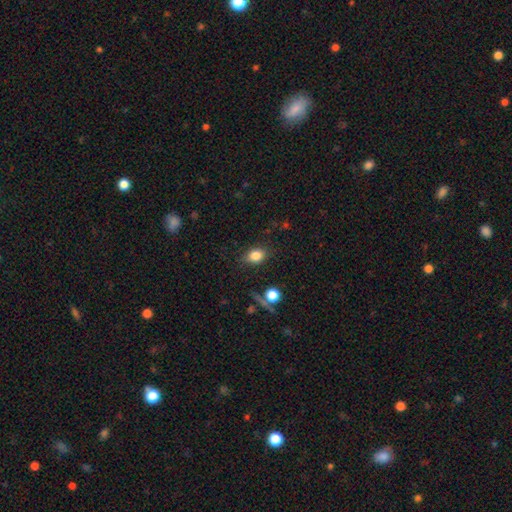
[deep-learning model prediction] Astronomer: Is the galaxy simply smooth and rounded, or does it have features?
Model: smooth — 81%.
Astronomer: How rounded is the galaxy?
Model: in between — 70%.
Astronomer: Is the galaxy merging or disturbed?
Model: none — 82%.